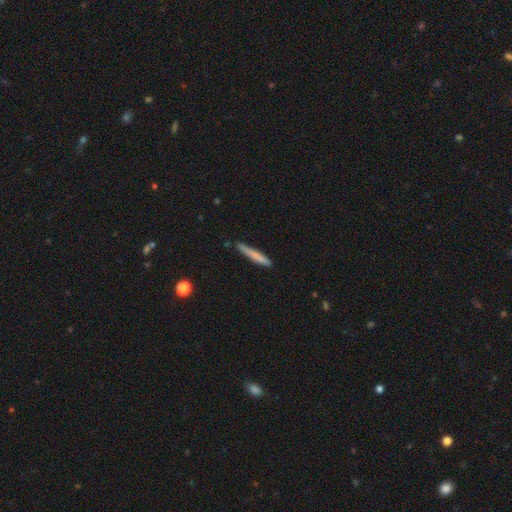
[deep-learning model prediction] This appears to be a smooth galaxy with no disk features (73%) that is cigar-shaped (95%). Merging: none (81%).